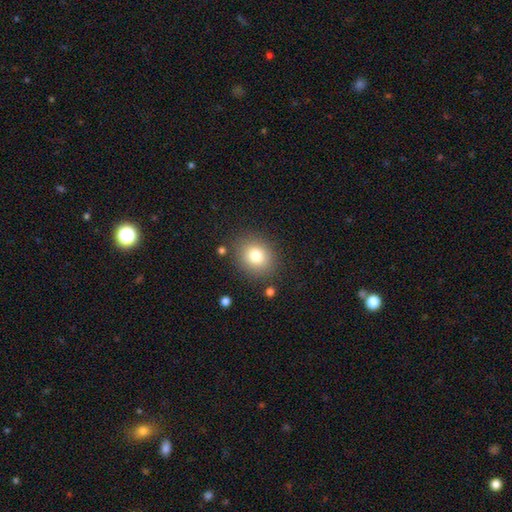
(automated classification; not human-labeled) A smooth galaxy with no disk features (80%) that is round (68%). Merging: none (84%).